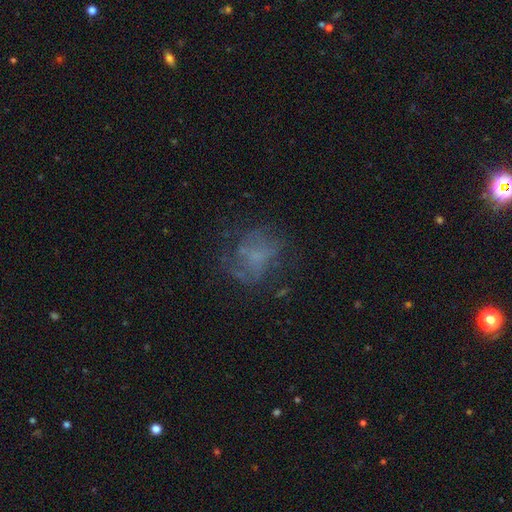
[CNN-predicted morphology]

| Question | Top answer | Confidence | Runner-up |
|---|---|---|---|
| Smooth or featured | featured or disk | 43% | smooth (36%) |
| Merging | none | 58% | major disturbance (22%) |